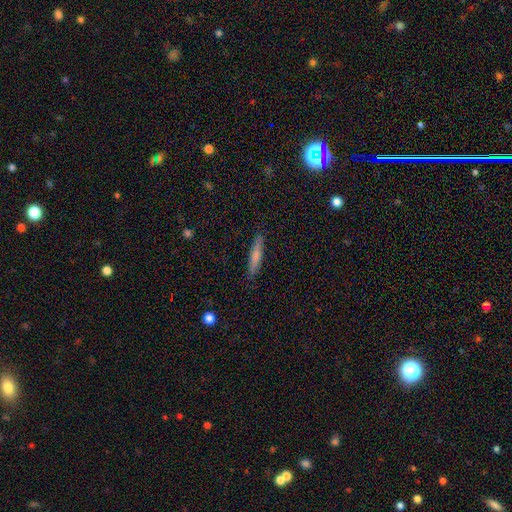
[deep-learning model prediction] Morphology: type=smooth (68%); roundness=cigar-shaped (91%); merging=none (89%).